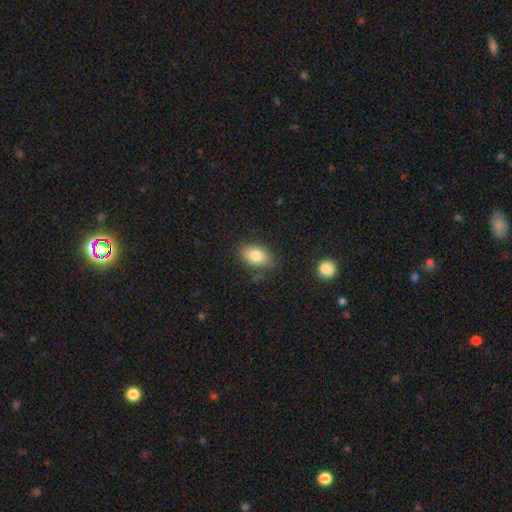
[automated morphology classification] A smooth galaxy with no disk features (81%) that is in between round and cigar-shaped (85%). Merging: none (78%).